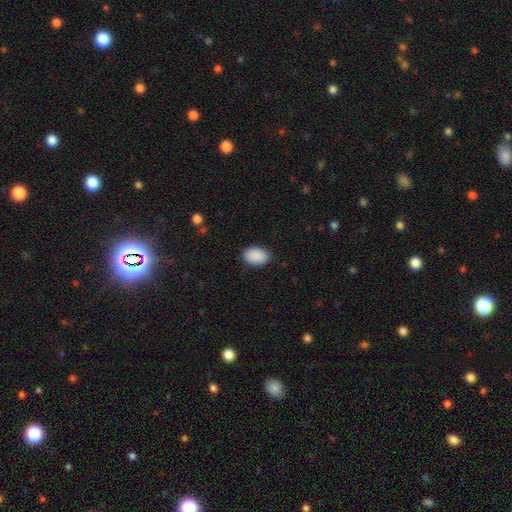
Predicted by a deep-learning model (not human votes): smooth-or-featured: smooth: 91% | star or artifact: 7% | featured or disk: 2%
  how-rounded: in between: 84% | round: 15% | cigar-shaped: 1%
  merging: none: 87% | minor disturbance: 10% | major disturbance: 2% | merger: 1%